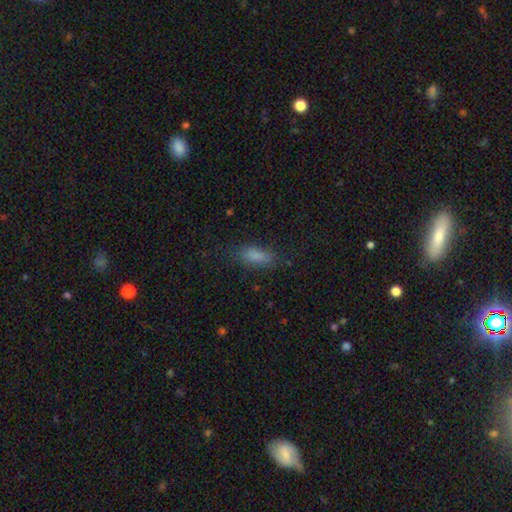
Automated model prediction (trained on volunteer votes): Smooth or featured? smooth (82%)
How rounded? in between (76%)
Merging? none (73%)